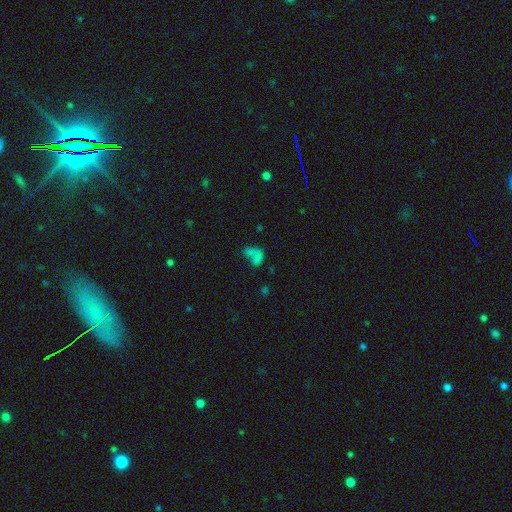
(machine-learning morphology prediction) This is likely a smooth galaxy (63%). How rounded: likely in between (76%). Merging: possibly merger (46%).